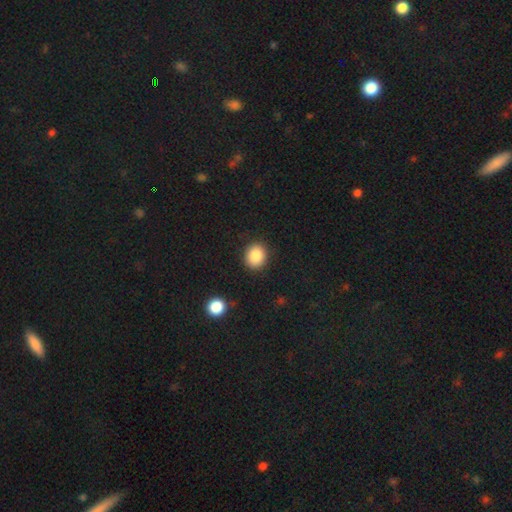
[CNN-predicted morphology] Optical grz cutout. It shows a smooth galaxy with no disk features (86%) that is round (67%). Merging: none (89%).